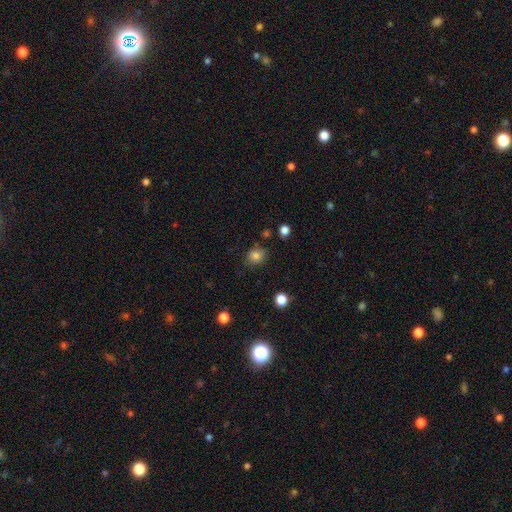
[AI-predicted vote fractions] A smooth galaxy with no disk features (82%) that is round (66%). Merging: none (79%).